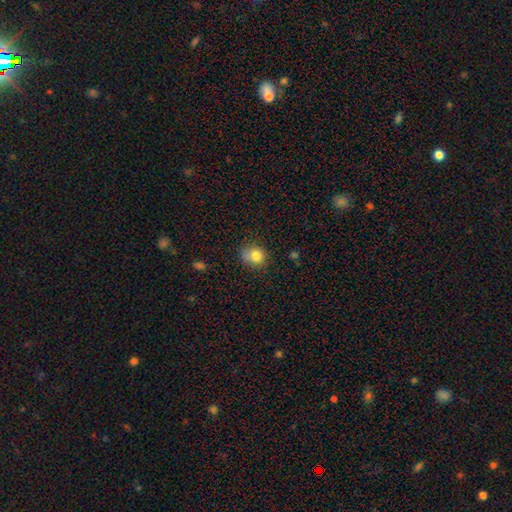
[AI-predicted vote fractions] smooth 82%, star or artifact 11%, featured or disk 7%. Down the decision tree: how rounded — round (76%); merging — none (70%).